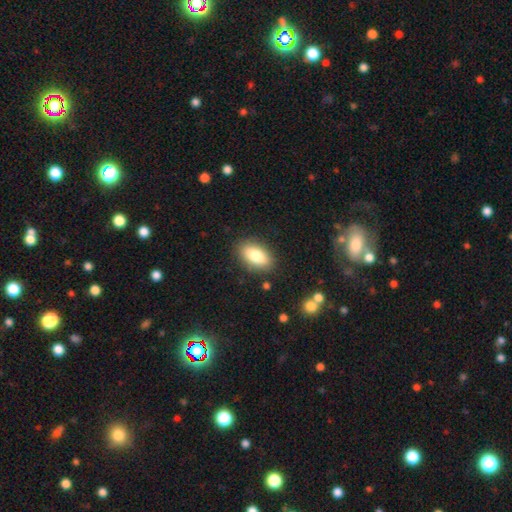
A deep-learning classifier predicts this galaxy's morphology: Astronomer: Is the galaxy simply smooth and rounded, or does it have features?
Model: smooth — 81%.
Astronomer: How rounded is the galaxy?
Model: in between — 91%.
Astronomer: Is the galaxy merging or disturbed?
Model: none — 86%.